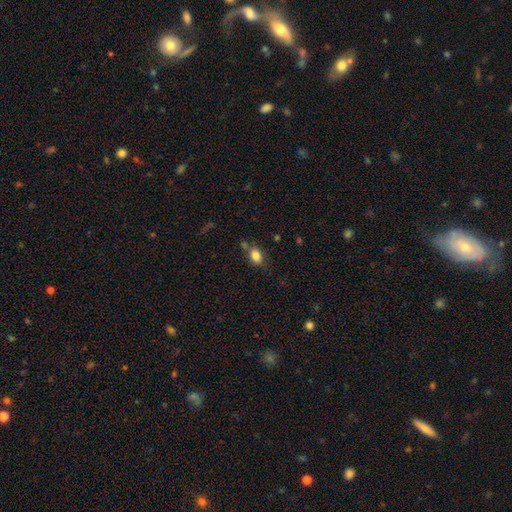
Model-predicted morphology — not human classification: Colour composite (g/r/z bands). It shows a smooth galaxy with no disk features (83%) that is in between round and cigar-shaped (74%). Merging: none (68%).